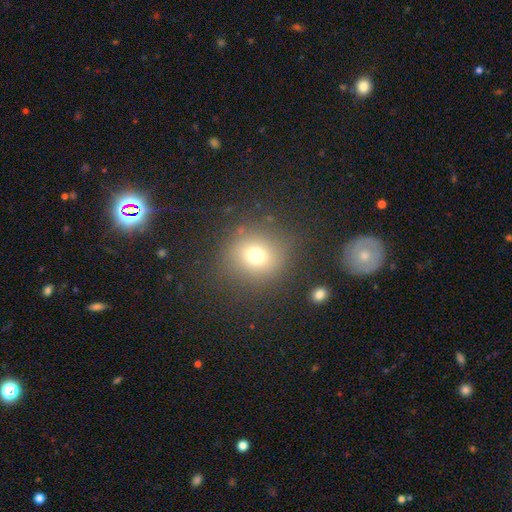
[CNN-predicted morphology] The model was most divided on "smooth or featured": smooth: 71%, star or artifact: 17%, featured or disk: 11%. More confident: how rounded — round (87%); merging — none (84%).